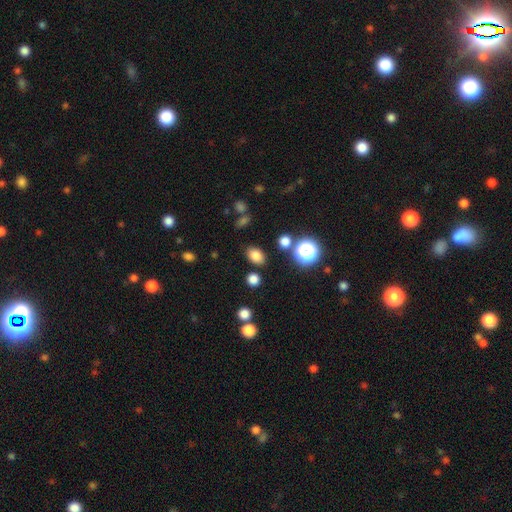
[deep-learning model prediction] This appears to be a smooth galaxy with no disk features (80%) that is in between round and cigar-shaped (77%). Merging: none (84%).